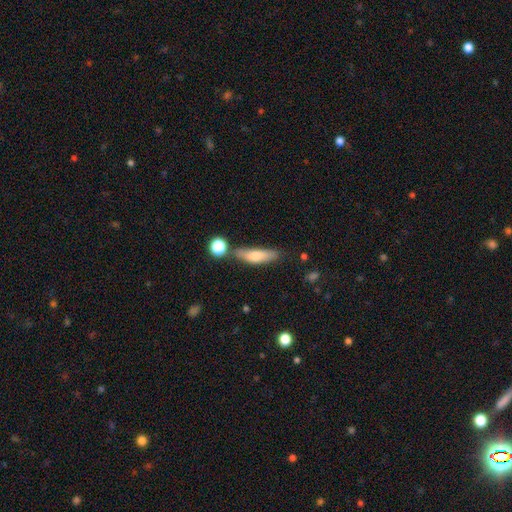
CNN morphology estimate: Smooth or featured: smooth — 64% (featured or disk — 28%)
How rounded: cigar-shaped — 62% (in between — 35%)
Merging: none — 63% (minor disturbance — 20%)